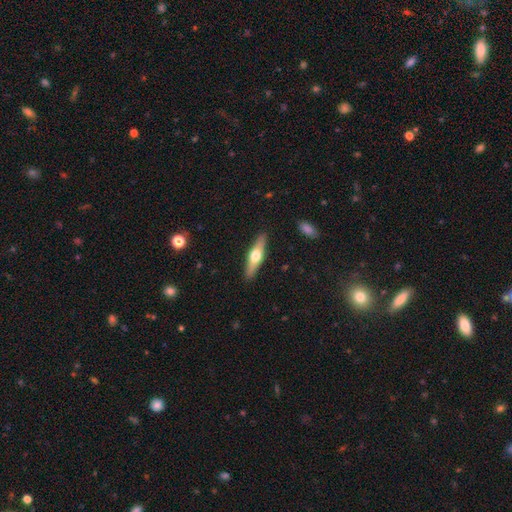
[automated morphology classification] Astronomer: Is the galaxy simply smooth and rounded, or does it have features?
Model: featured or disk — 50% (runner-up: smooth, 44%).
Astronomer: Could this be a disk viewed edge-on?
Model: yes — 90%.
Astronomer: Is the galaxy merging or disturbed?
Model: none — 90%.